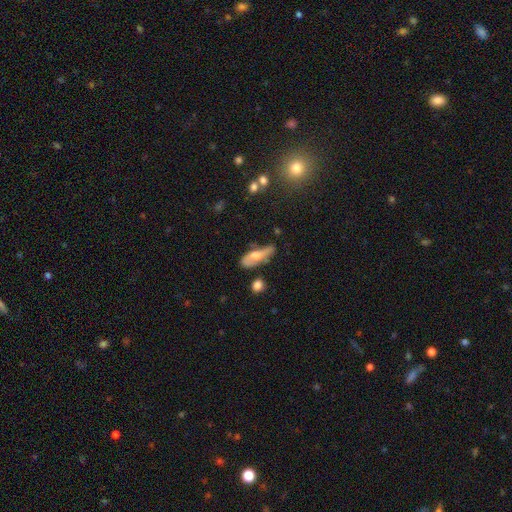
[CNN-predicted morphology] This appears to be a featured or disk galaxy (50%). Merging: none (47%).